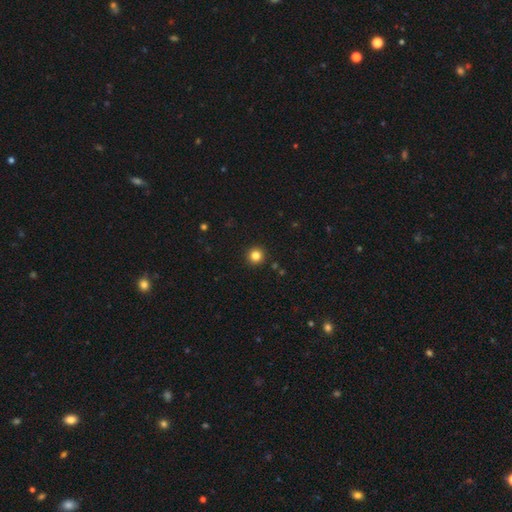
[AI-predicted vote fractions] smooth-or-featured: smooth: 83% | star or artifact: 12% | featured or disk: 5%
  how-rounded: round: 96% | in between: 3% | cigar-shaped: 1%
  merging: none: 93% | minor disturbance: 4% | major disturbance: 2% | merger: 1%